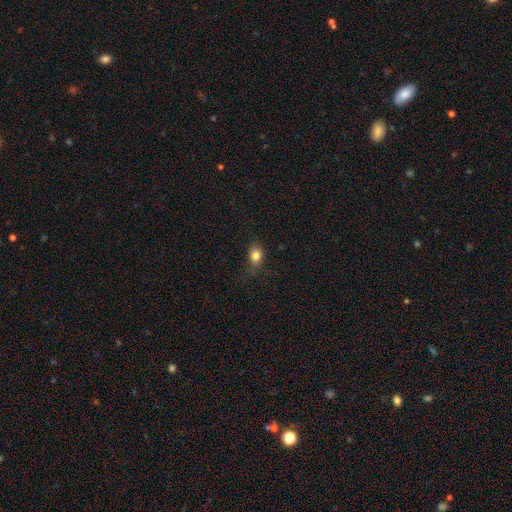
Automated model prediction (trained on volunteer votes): A smooth galaxy with no disk features (81%) that is in between round and cigar-shaped (53%). Merging: none (63%).